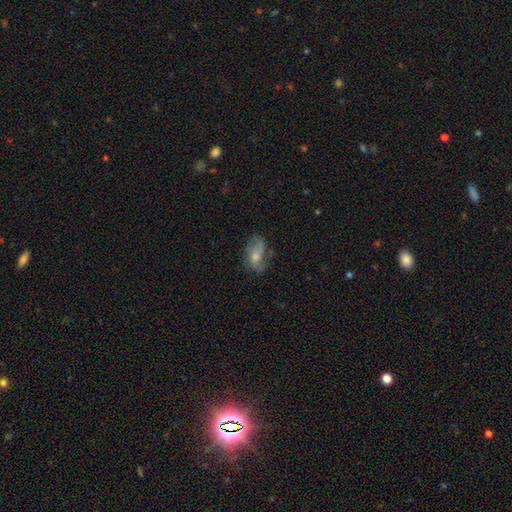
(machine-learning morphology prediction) Smooth or featured? Predicted: smooth (p=0.46). Merging? Predicted: none (p=0.47).